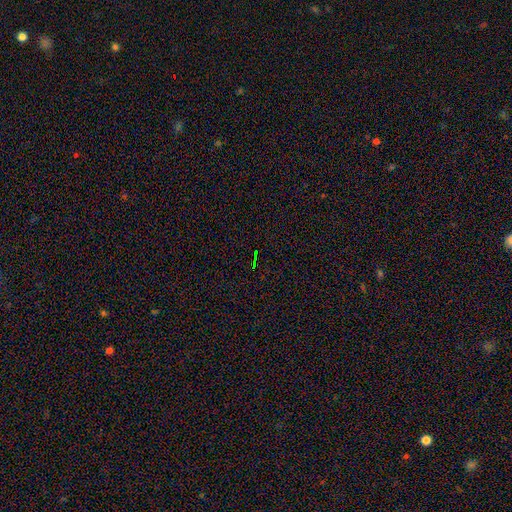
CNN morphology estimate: The model was most divided on "smooth or featured": star or artifact: 78%, smooth: 12%, featured or disk: 10%.